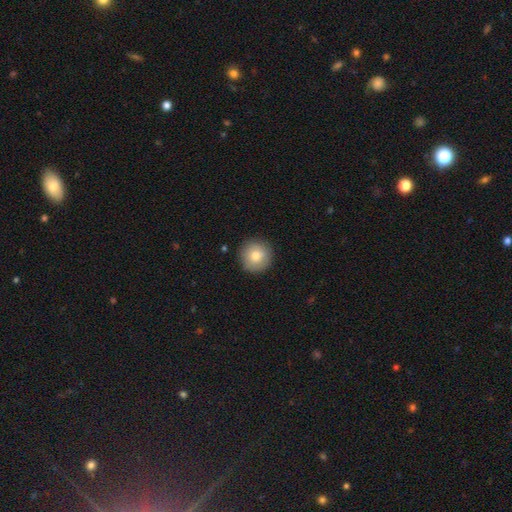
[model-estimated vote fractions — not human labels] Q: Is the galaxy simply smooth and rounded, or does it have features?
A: smooth — 81%.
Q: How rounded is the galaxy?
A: round — 95%.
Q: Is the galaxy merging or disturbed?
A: none — 89%.